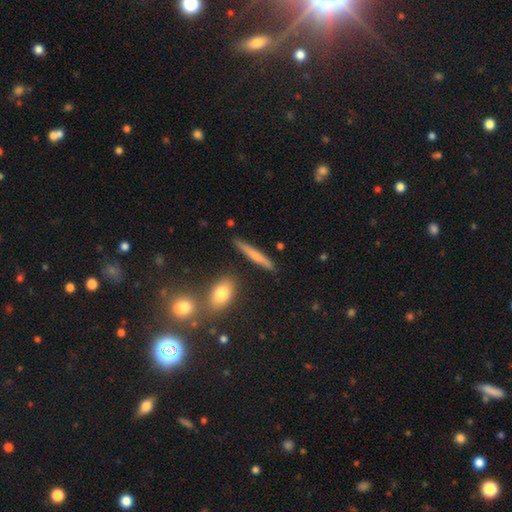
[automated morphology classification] Smooth or featured?
  - smooth: 53% *
  - featured or disk: 39%
  - star or artifact: 7%
How rounded?
  - cigar-shaped: 91% *
  - in between: 6%
  - round: 3%
Merging?
  - none: 86% *
  - minor disturbance: 9%
  - merger: 3%
  - major disturbance: 2%